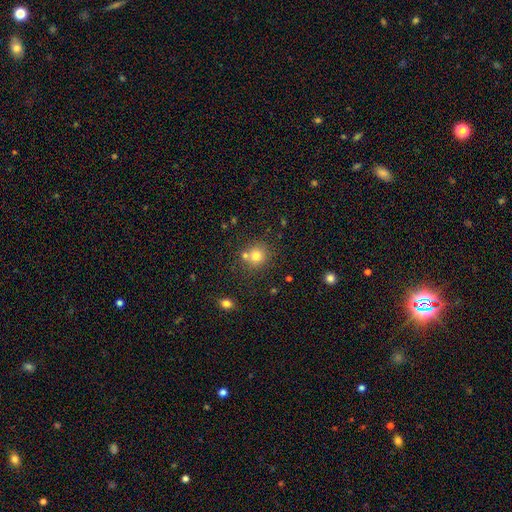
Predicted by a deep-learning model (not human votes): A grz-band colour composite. It shows a smooth galaxy with no disk features (74%) that is round (87%). Merging: none (64%).